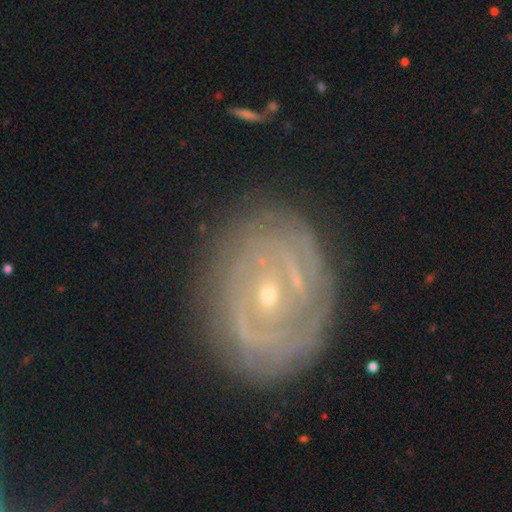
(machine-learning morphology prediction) A featured or disk galaxy (83%) with no bar (46%), tight (77%) spiral arms (89%) and a small central bulge (68%).

Vote fractions:
- Smooth or featured? featured or disk: 83% / smooth: 10% / star or artifact: 7%
- Edge-on disk? no: 96% / yes: 4%
- Bar? no: 46% / weak: 38% / strong: 15%
- Spiral arms? yes: 89% / no: 11%
- Spiral winding? tight: 77% / medium: 18% / loose: 5%
- Spiral arm count? can't tell: 38% / 2: 29% / 3: 12% / 4: 8% / more than 4: 7% / 1: 6%
- Bulge size? small: 68% / moderate: 29% / large: 1% / none: 1% / dominant: 1%
- Merging? none: 80% / minor disturbance: 14% / major disturbance: 5% / merger: 2%